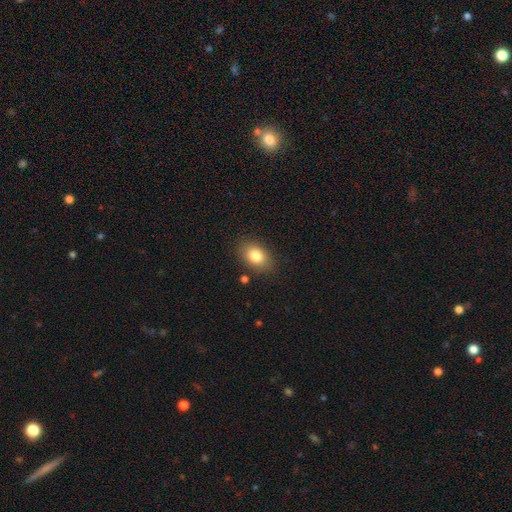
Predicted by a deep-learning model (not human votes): Overall: smooth (82%). How rounded: in between (81%). Merging: none (84%).